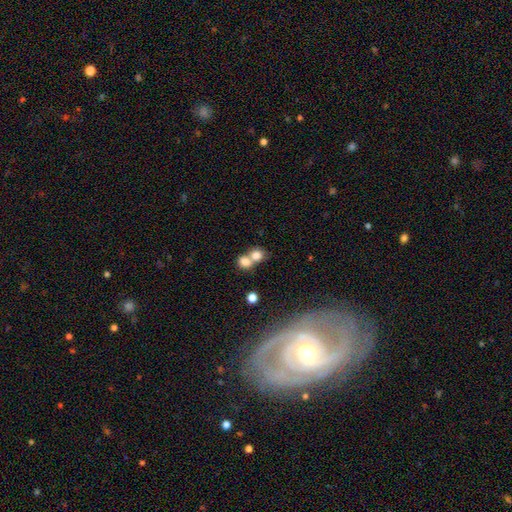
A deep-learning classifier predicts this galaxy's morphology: This appears to be a smooth galaxy with no disk features (77%) that is round (70%). Merging: merger (64%).